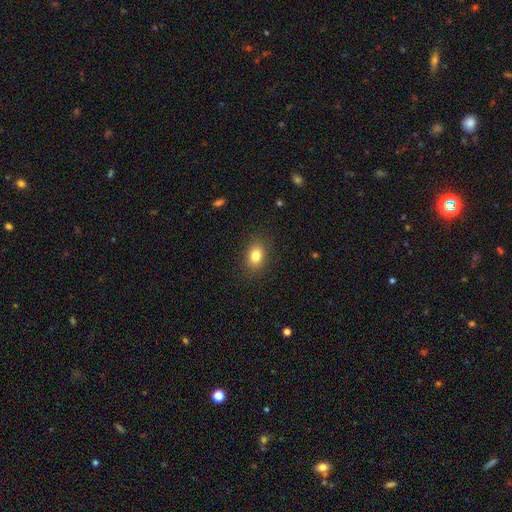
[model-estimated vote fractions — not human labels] Smooth or featured? Predicted: smooth (p=0.83). How rounded? Predicted: in between (p=0.75). Merging? Predicted: none (p=0.87).